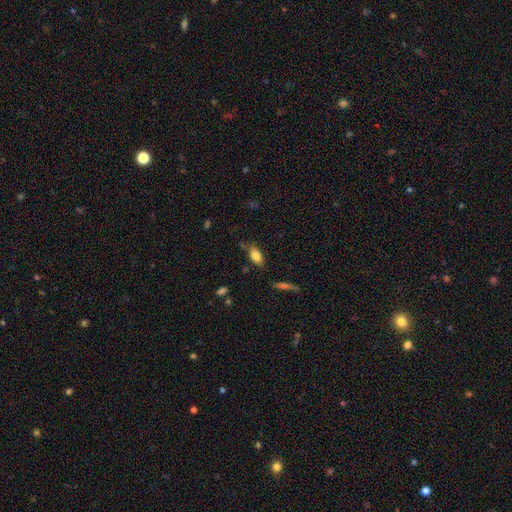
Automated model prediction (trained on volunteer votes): Smooth or featured? Predicted: smooth (p=0.79). How rounded? Predicted: in between (p=0.86). Merging? Predicted: none (p=0.74).